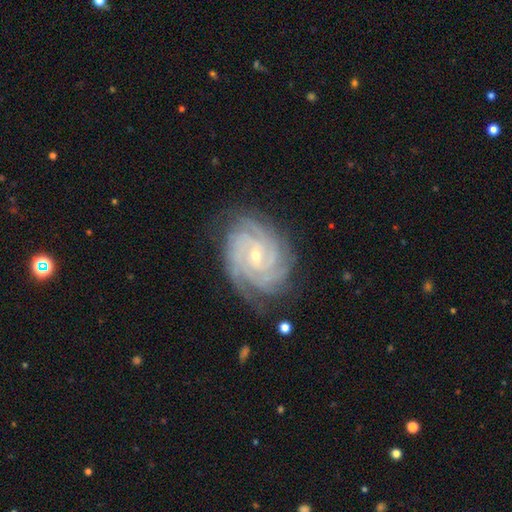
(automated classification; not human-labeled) Morphology: type=featured or disk (90%); edge-on=no (97%); bar=no (49%); spiral arms=yes (98%); winding=tight (80%); arm count=4 (36%); bulge=small (70%); merging=none (78%).